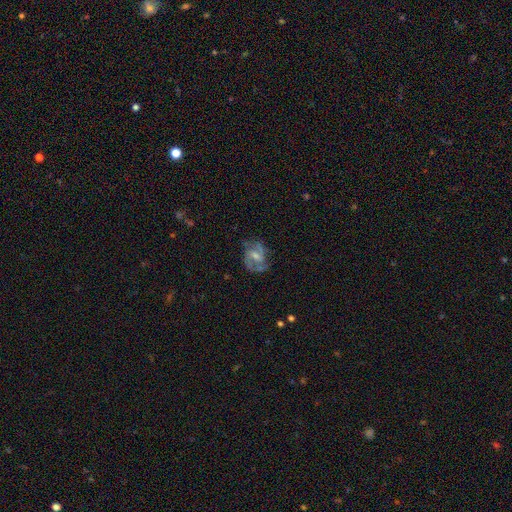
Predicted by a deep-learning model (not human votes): This appears to be a featured or disk galaxy (77%) with a weak bar (51%), 2 (72%) medium (52%) spiral arms (91%) and a moderate central bulge (45%). Merging: none (70%).